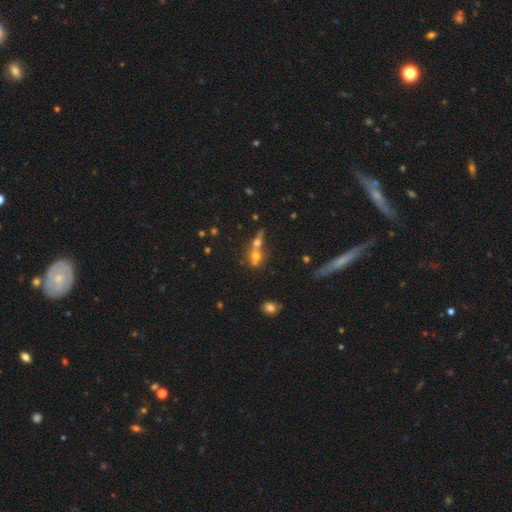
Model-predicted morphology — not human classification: Smooth or featured?
  - smooth: 54% *
  - featured or disk: 28%
  - star or artifact: 18%
How rounded?
  - round: 62% *
  - in between: 32%
  - cigar-shaped: 7%
Merging?
  - merger: 63% *
  - none: 25%
  - minor disturbance: 7%
  - major disturbance: 5%